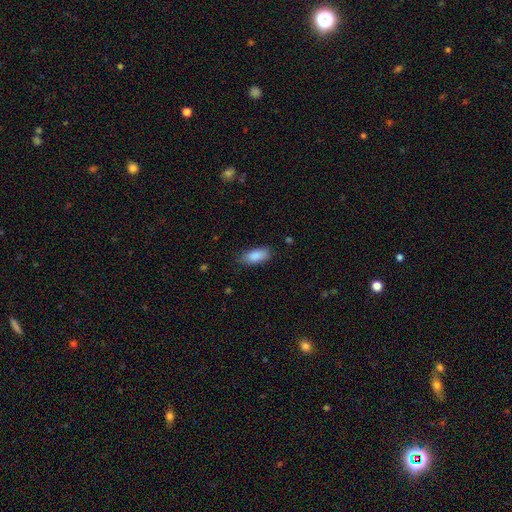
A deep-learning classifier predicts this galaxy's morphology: A smooth galaxy with no disk features (88%) that is in between round and cigar-shaped (85%).

Vote fractions:
- Smooth or featured? smooth: 88% / star or artifact: 6% / featured or disk: 6%
- How rounded? in between: 85% / cigar-shaped: 14% / round: 2%
- Merging? none: 80% / minor disturbance: 16% / major disturbance: 3% / merger: 1%